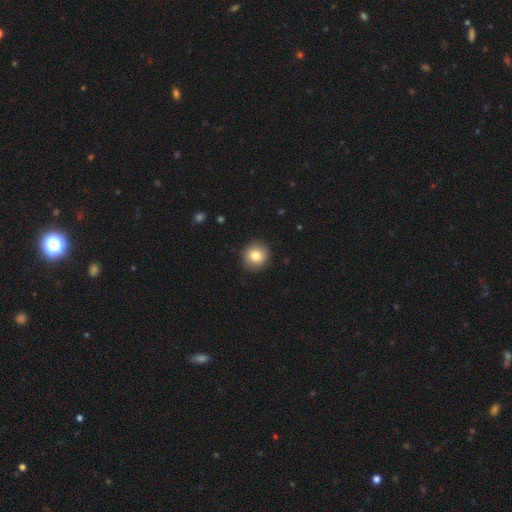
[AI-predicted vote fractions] smooth 82%, star or artifact 10%, featured or disk 9%. Down the decision tree: how rounded — round (94%); merging — none (92%).